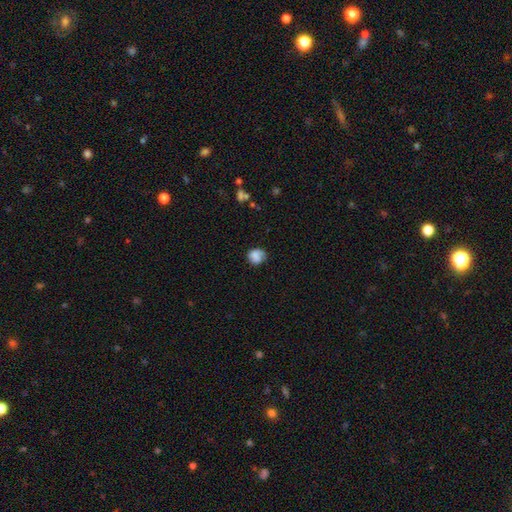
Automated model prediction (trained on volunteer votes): Smooth or featured?
  - smooth: 75% *
  - featured or disk: 15%
  - star or artifact: 10%
How rounded?
  - round: 72% *
  - in between: 27%
  - cigar-shaped: 1%
Merging?
  - none: 59% *
  - minor disturbance: 28%
  - major disturbance: 10%
  - merger: 3%